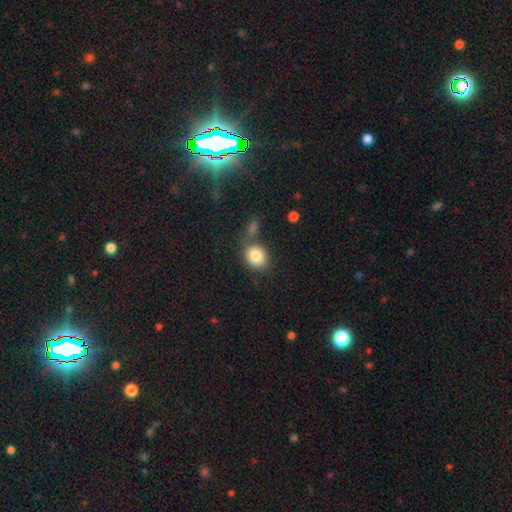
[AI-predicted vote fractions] smooth-or-featured: smooth: 84% | star or artifact: 9% | featured or disk: 7%
  how-rounded: round: 75% | in between: 24% | cigar-shaped: 1%
  merging: none: 67% | merger: 15% | minor disturbance: 13% | major disturbance: 5%